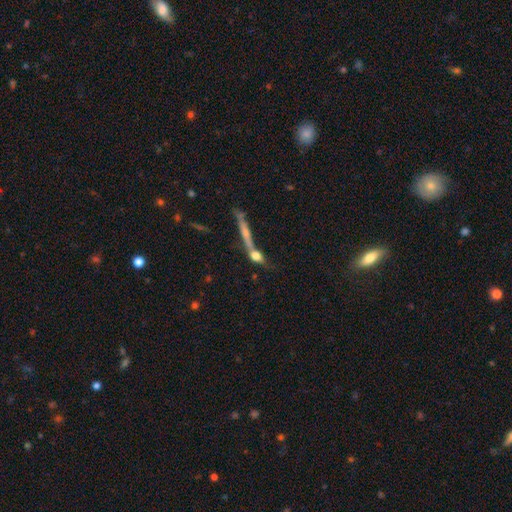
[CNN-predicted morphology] This appears to be a smooth galaxy with no disk features (55%) that is cigar-shaped (39%). Merging: none (40%, tied with merger).